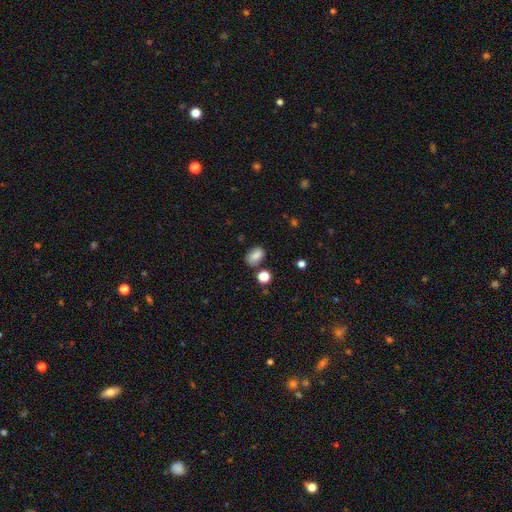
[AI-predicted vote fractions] Overall: smooth (84%). How rounded: in between (83%). Merging: none (75%).